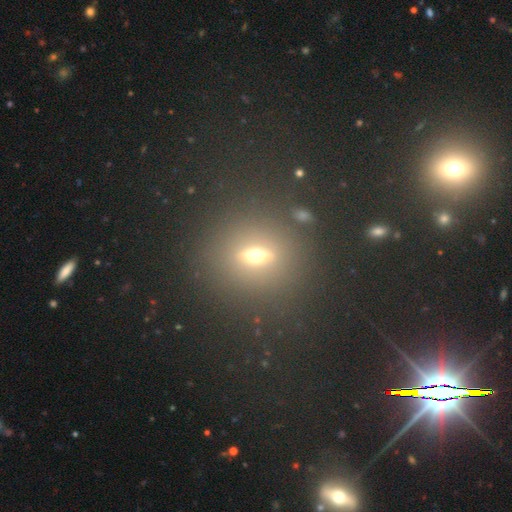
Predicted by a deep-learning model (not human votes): Q: Smooth or featured?
A: smooth (42%); runner-up: featured or disk (37%)
Q: Merging?
A: none (79%); runner-up: minor disturbance (10%)